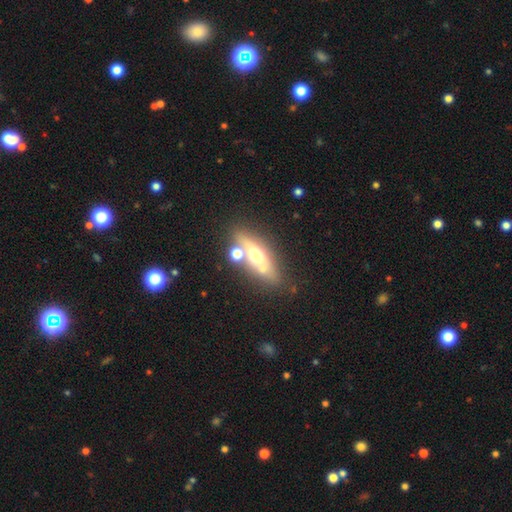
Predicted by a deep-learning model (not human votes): A featured or disk galaxy (53%) viewed edge-on (73%). Merging: none (68%).